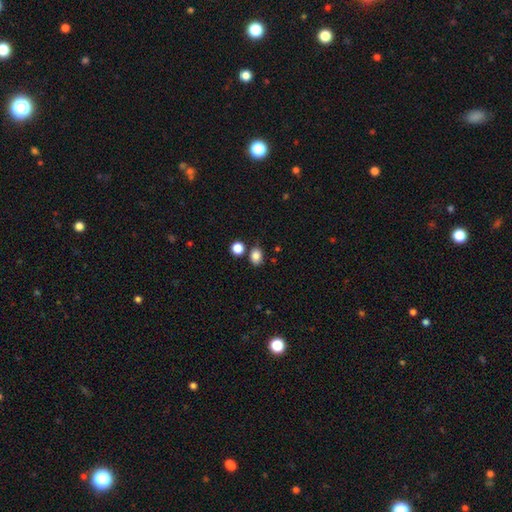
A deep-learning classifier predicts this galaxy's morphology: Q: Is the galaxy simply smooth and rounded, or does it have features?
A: smooth — 84%.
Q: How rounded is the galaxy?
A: in between — 61%.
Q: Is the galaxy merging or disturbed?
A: none — 75%.